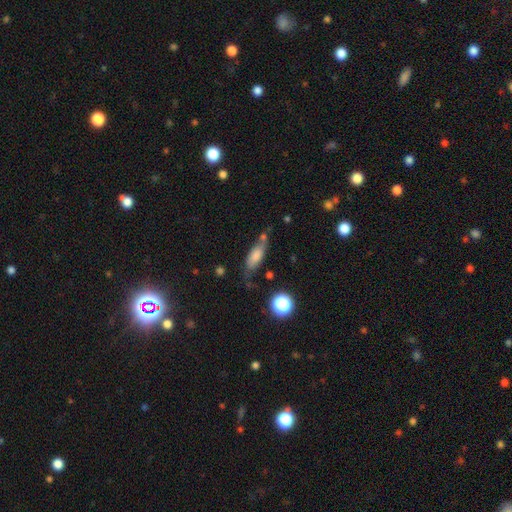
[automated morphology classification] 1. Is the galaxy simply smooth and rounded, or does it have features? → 67% smooth, 23% featured or disk, 10% star or artifact.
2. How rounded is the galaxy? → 67% in between, 28% cigar-shaped, 5% round.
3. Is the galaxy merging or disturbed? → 53% none, 26% minor disturbance, 11% major disturbance, 10% merger.